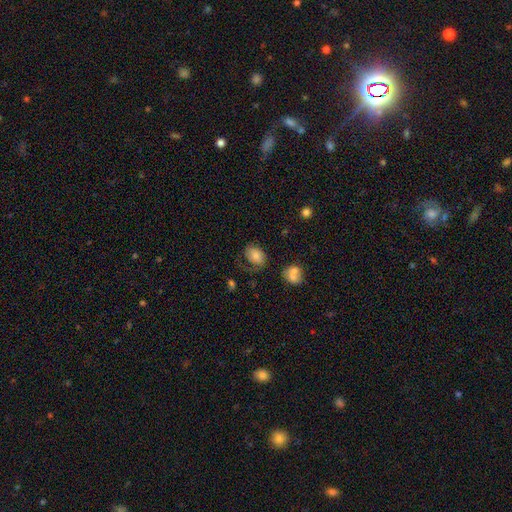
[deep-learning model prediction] This is likely a smooth galaxy (65%). How rounded: likely in between (75%). Merging: possibly none (51%).